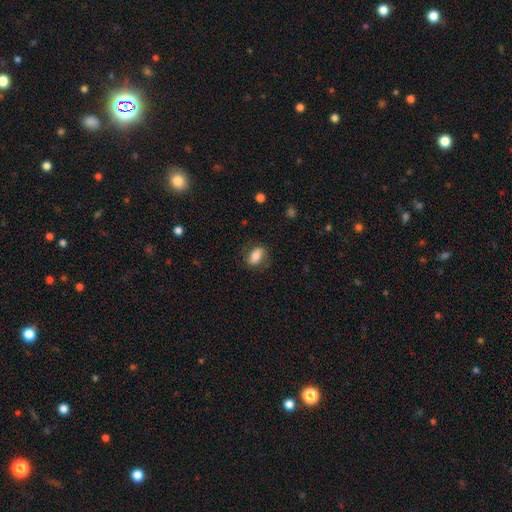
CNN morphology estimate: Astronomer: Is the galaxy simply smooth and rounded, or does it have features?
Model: smooth — 74%.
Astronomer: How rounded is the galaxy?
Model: in between — 84%.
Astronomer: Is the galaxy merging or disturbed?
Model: none — 75%.